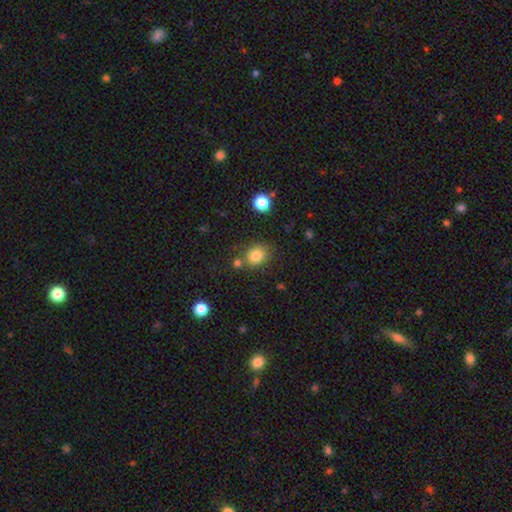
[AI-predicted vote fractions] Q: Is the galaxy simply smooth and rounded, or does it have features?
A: smooth — 81%.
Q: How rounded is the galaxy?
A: round — 57%.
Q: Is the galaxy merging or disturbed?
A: none — 72%.